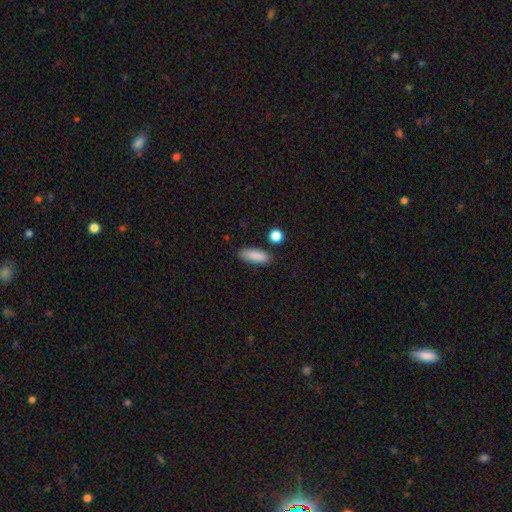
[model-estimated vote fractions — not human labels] A smooth galaxy with no disk features (87%) that is in between round and cigar-shaped (66%).

Vote fractions:
- Smooth or featured? smooth: 87% / star or artifact: 7% / featured or disk: 6%
- How rounded? in between: 66% / cigar-shaped: 31% / round: 3%
- Merging? none: 82% / minor disturbance: 12% / merger: 4% / major disturbance: 3%